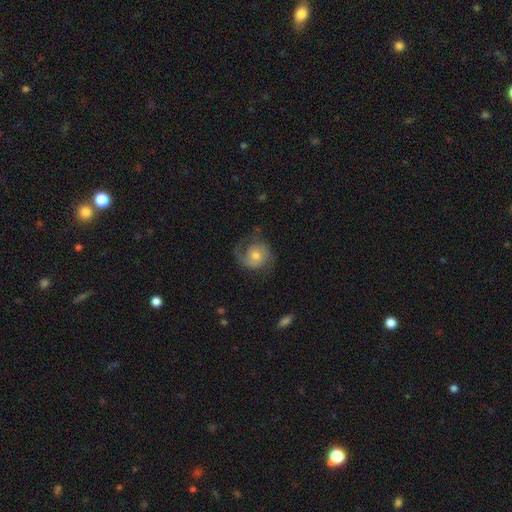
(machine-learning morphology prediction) type=featured or disk (68%); edge-on=no (97%); bar=no (70%); spiral arms=yes (91%); winding=medium (44%); arm count=2 (64%); bulge=moderate (54%); merging=none (58%).